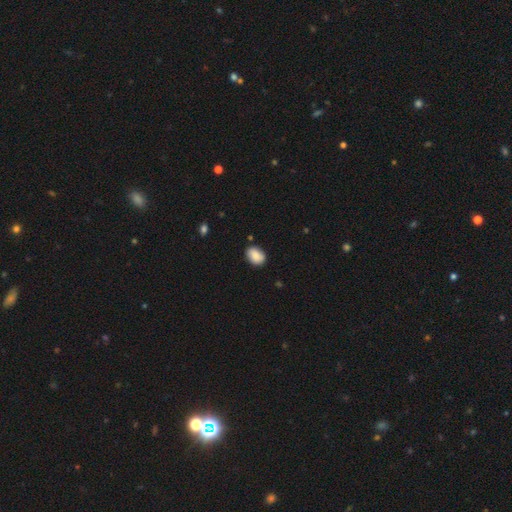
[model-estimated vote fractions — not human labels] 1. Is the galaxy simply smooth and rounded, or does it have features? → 87% smooth, 7% star or artifact, 6% featured or disk.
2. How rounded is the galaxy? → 78% in between, 21% round, 1% cigar-shaped.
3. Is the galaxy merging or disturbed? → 82% none, 14% minor disturbance, 2% major disturbance, 2% merger.